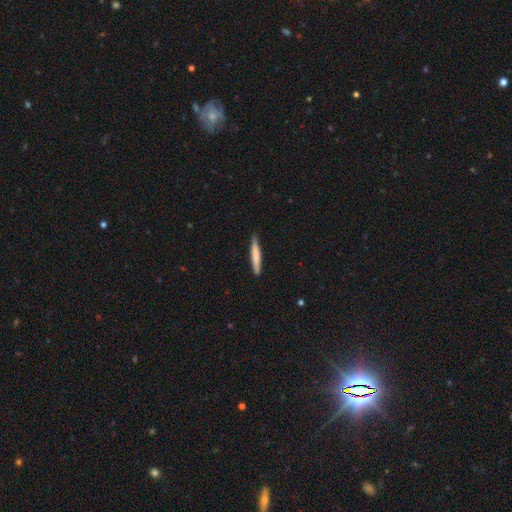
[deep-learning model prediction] smooth-or-featured: smooth: 74% | featured or disk: 21% | star or artifact: 5%
  how-rounded: cigar-shaped: 95% | in between: 4% | round: 1%
  merging: none: 89% | minor disturbance: 8% | major disturbance: 1% | merger: 1%